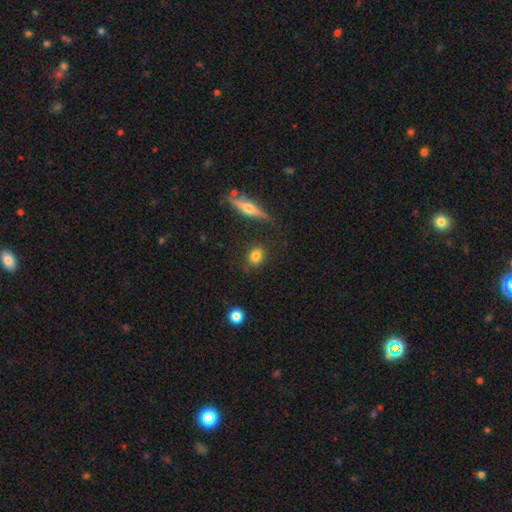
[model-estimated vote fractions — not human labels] The model was most divided on "how rounded": round: 54%, in between: 41%, cigar-shaped: 4%. More confident: merging — none (83%); smooth or featured — smooth (79%).